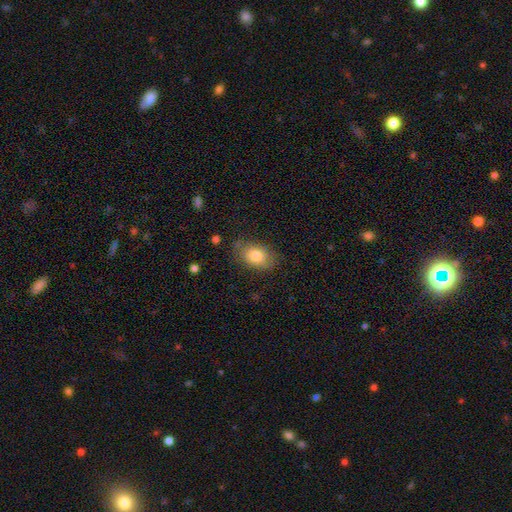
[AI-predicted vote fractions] This appears to be a smooth galaxy with no disk features (81%) that is in between round and cigar-shaped (85%). Merging: none (74%).